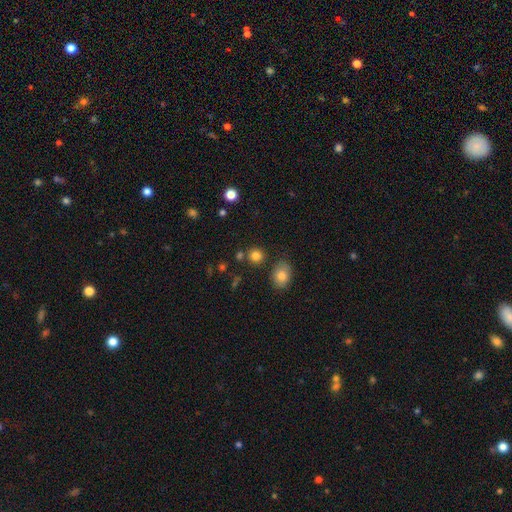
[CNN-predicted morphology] This is clearly a smooth galaxy (82%). How rounded: clearly round (85%). Merging: likely none (79%).